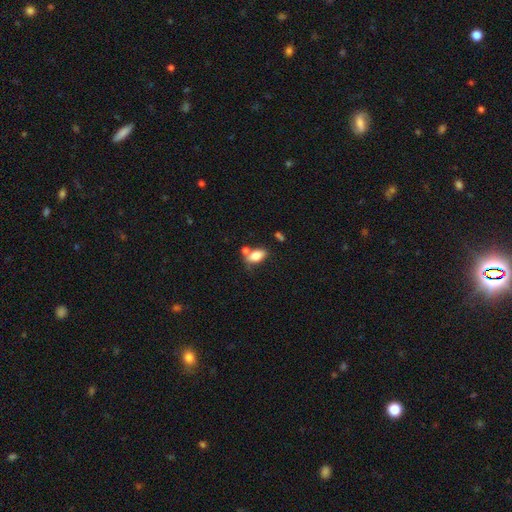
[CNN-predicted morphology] smooth_or_featured: smooth (p=0.79) [alt: featured or disk p=0.13]
how_rounded: in between (p=0.88) [alt: round p=0.07]
merging: none (p=0.53) [alt: merger p=0.26]